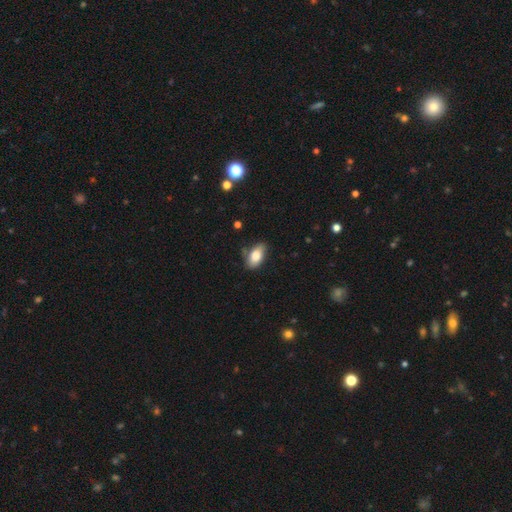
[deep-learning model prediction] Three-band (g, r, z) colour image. It shows a smooth galaxy with no disk features (81%) that is in between round and cigar-shaped (92%). Merging: none (70%).